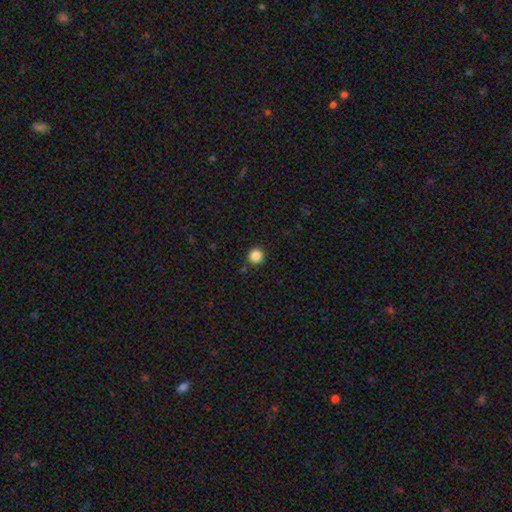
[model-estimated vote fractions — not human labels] This appears to be a smooth galaxy with no disk features (86%) that is round (95%). Merging: none (90%).